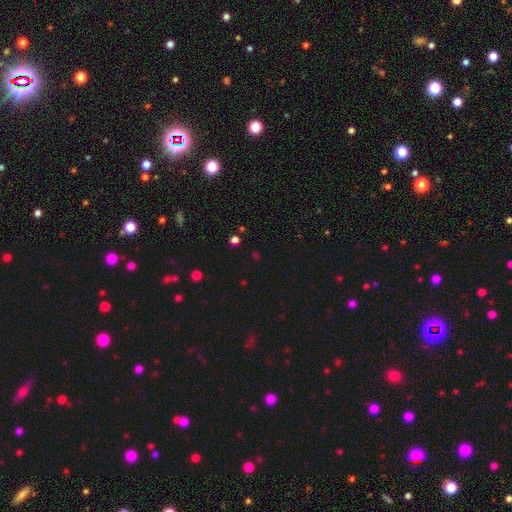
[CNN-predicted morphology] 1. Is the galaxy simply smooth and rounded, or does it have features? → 57% star or artifact, 36% smooth, 7% featured or disk.